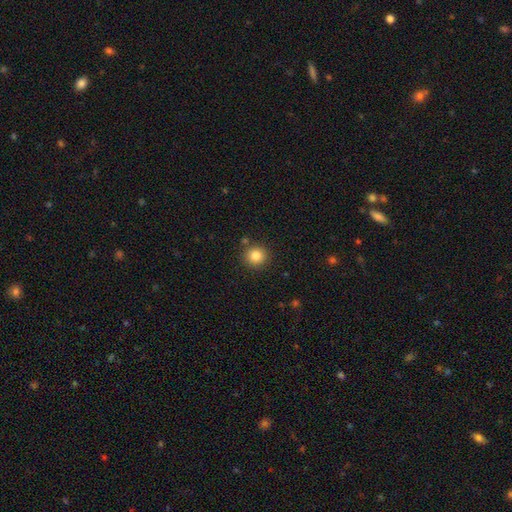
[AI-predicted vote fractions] Smooth or featured? smooth (83%)
How rounded? round (90%)
Merging? none (86%)